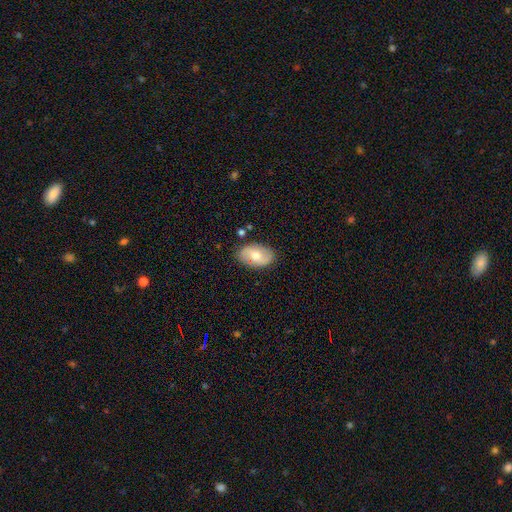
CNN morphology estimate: A smooth galaxy with no disk features (53%) that is in between round and cigar-shaped (91%).

Vote fractions:
- Smooth or featured? smooth: 53% / featured or disk: 40% / star or artifact: 7%
- How rounded? in between: 91% / round: 8% / cigar-shaped: 1%
- Merging? none: 80% / minor disturbance: 14% / major disturbance: 3% / merger: 3%